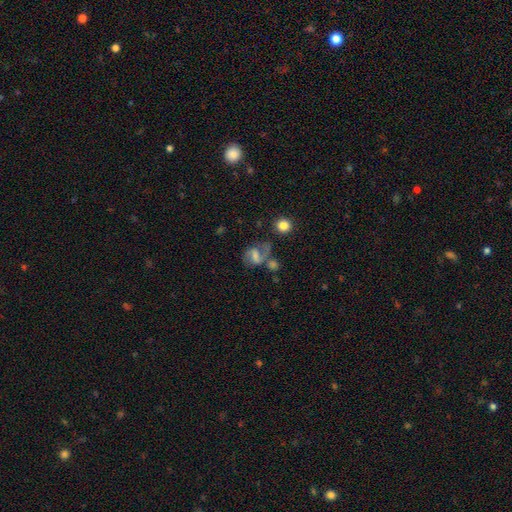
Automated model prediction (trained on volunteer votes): Smooth or featured? featured or disk (58%)
Edge-on disk? no (97%)
Bar? weak (44%)
Spiral arms? yes (81%)
Bulge size? moderate (31%)
Merging? none (47%)